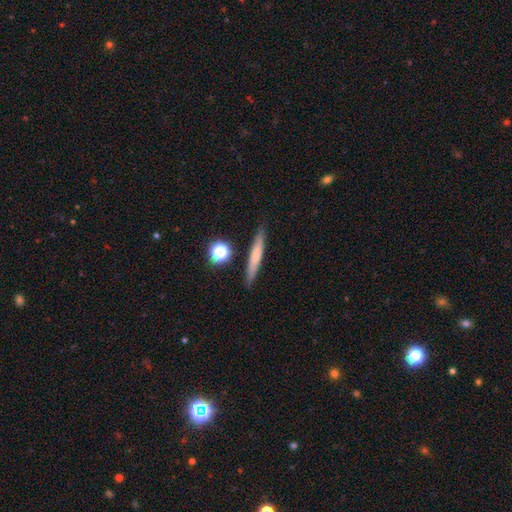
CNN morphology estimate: Smooth or featured?
  - smooth: 60% *
  - featured or disk: 32%
  - star or artifact: 8%
How rounded?
  - cigar-shaped: 92% *
  - in between: 5%
  - round: 2%
Merging?
  - none: 87% *
  - minor disturbance: 9%
  - merger: 3%
  - major disturbance: 2%